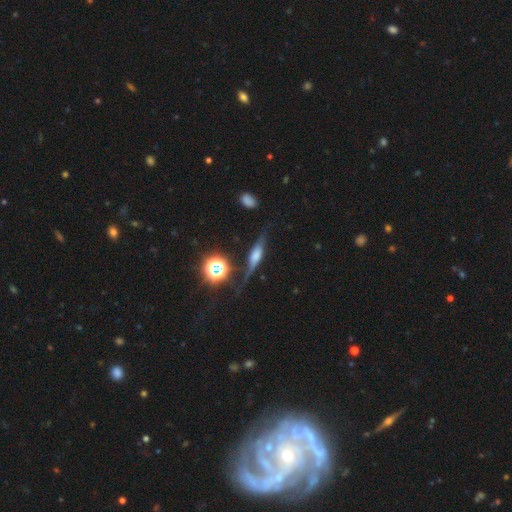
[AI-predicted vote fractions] Q: Smooth or featured?
A: featured or disk (58%); runner-up: smooth (30%)
Q: Edge-on disk?
A: yes (85%); runner-up: no (15%)
Q: Merging?
A: none (68%); runner-up: minor disturbance (20%)